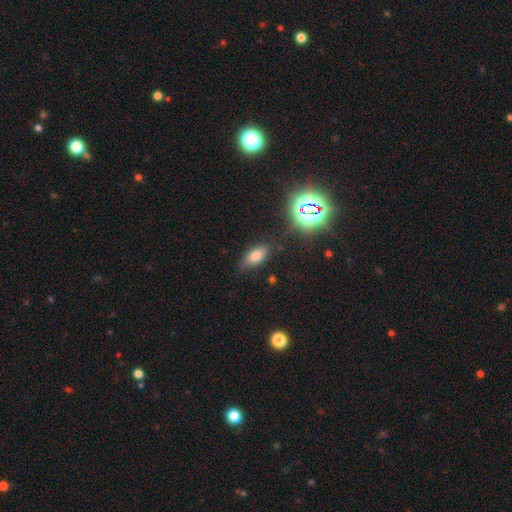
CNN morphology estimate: Q: Smooth or featured?
A: smooth (70%); runner-up: star or artifact (19%)
Q: How rounded?
A: in between (88%); runner-up: cigar-shaped (7%)
Q: Merging?
A: none (77%); runner-up: minor disturbance (16%)